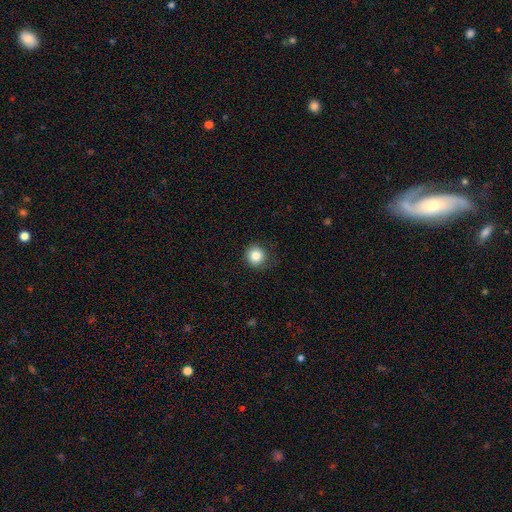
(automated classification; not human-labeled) This appears to be a smooth galaxy with no disk features (84%) that is round (94%). Merging: none (85%).